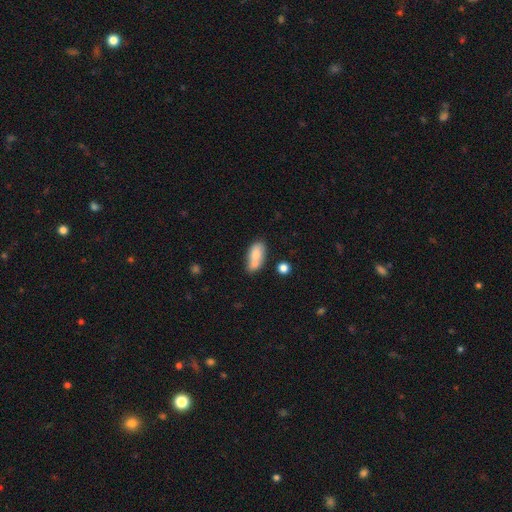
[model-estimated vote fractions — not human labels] A smooth galaxy with no disk features (76%) that is in between round and cigar-shaped (84%).

Vote fractions:
- Smooth or featured? smooth: 76% / featured or disk: 17% / star or artifact: 7%
- How rounded? in between: 84% / cigar-shaped: 12% / round: 4%
- Merging? none: 43% / merger: 32% / minor disturbance: 18% / major disturbance: 6%